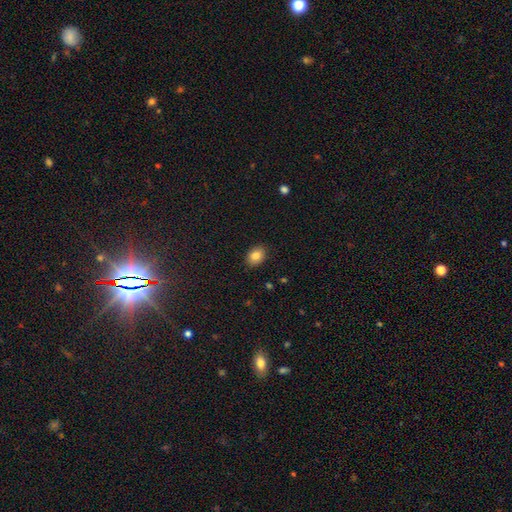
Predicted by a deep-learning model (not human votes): This appears to be a smooth galaxy with no disk features (85%) that is in between round and cigar-shaped (68%). Merging: none (89%).